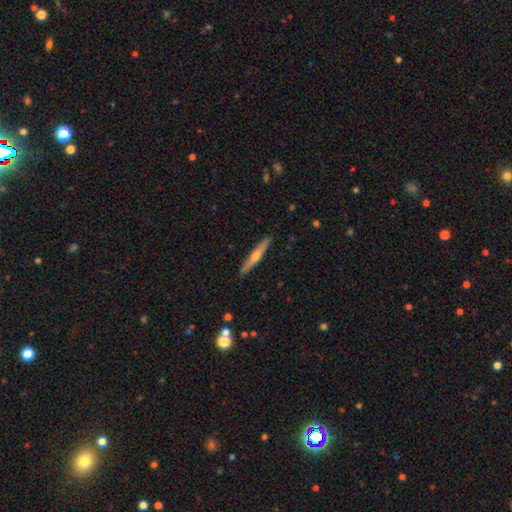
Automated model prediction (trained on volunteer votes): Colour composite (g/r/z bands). It shows a featured or disk galaxy (57%) viewed edge-on (96%) with a rounded central bulge (84%). Merging: none (91%).